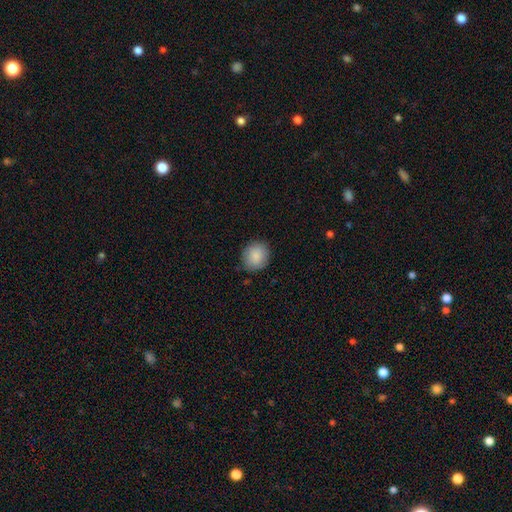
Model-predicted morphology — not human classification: This appears to be a smooth galaxy with no disk features (89%) that is round (81%). Merging: none (87%).